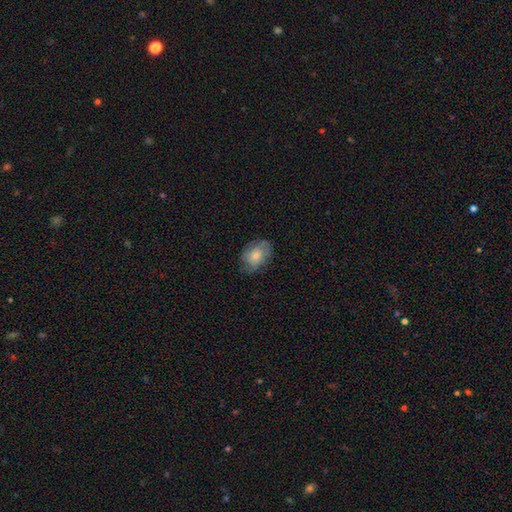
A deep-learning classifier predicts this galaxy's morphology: type=smooth (68%); roundness=in between (77%); merging=none (68%).